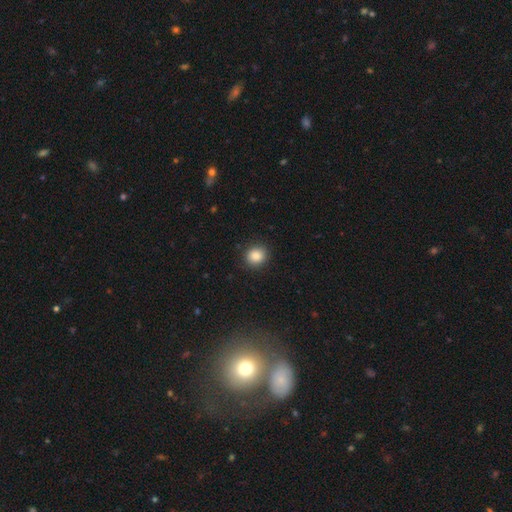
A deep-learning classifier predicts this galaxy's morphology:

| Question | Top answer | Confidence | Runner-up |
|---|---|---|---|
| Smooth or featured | smooth | 85% | star or artifact (10%) |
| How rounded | round | 83% | in between (16%) |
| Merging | none | 89% | minor disturbance (7%) |